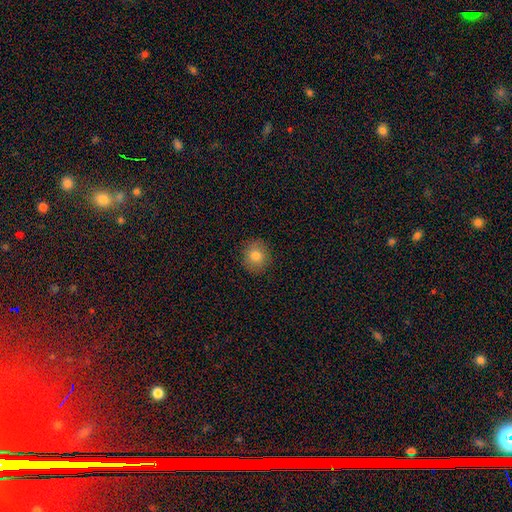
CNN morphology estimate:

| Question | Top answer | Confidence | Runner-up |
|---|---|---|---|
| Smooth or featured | smooth | 79% | featured or disk (11%) |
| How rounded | round | 83% | in between (16%) |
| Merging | none | 89% | minor disturbance (8%) |